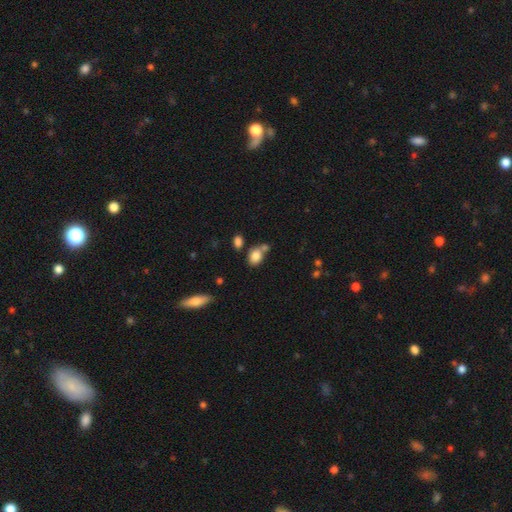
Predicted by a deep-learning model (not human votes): The model was most divided on "merging": none: 51%, merger: 28%, minor disturbance: 15%, major disturbance: 5%. More confident: smooth or featured — smooth (82%); how rounded — in between (67%).